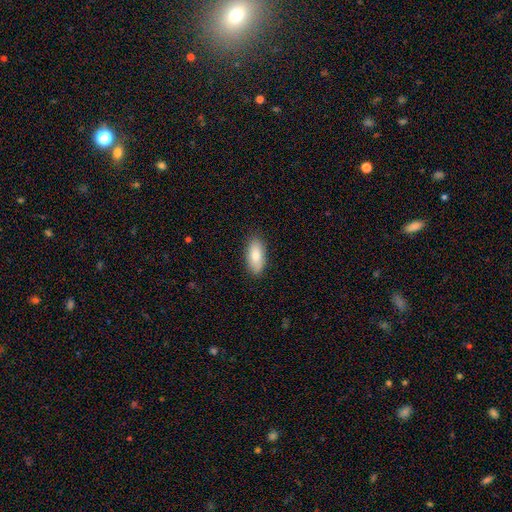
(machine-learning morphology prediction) Smooth or featured? smooth (82%)
How rounded? in between (87%)
Merging? none (86%)